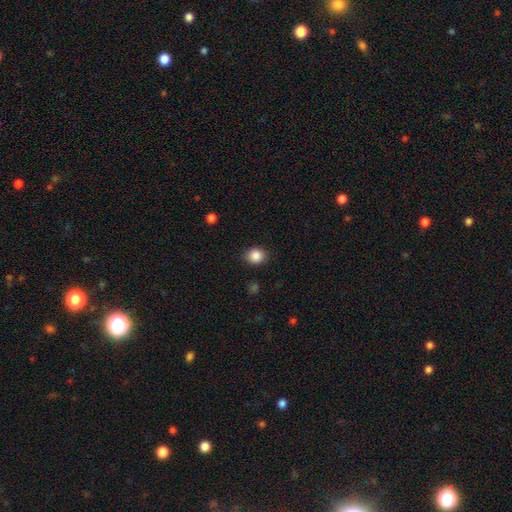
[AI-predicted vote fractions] smooth 87%, star or artifact 10%, featured or disk 4%. Down the decision tree: how rounded — round (73%); merging — none (86%).